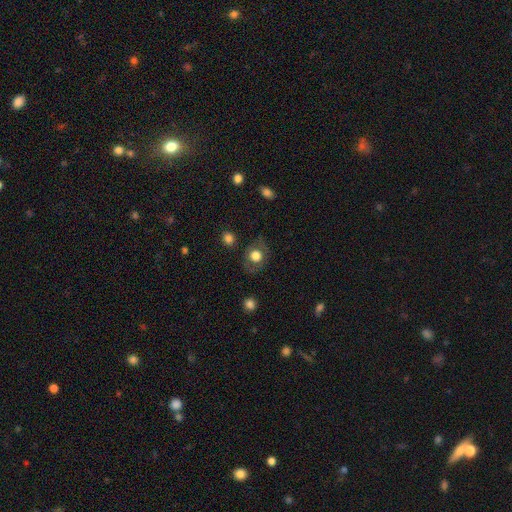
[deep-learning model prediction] Smooth or featured: smooth — 65% (featured or disk — 26%)
How rounded: round — 70% (in between — 29%)
Merging: none — 76% (minor disturbance — 14%)